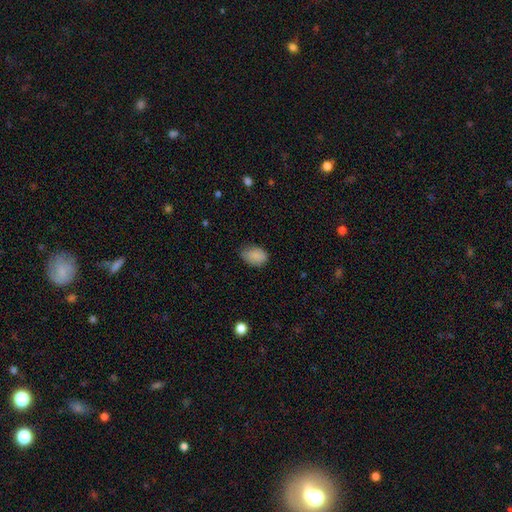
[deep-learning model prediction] Q: Smooth or featured?
A: smooth (87%); runner-up: star or artifact (8%)
Q: How rounded?
A: in between (83%); runner-up: round (15%)
Q: Merging?
A: none (68%); runner-up: minor disturbance (26%)